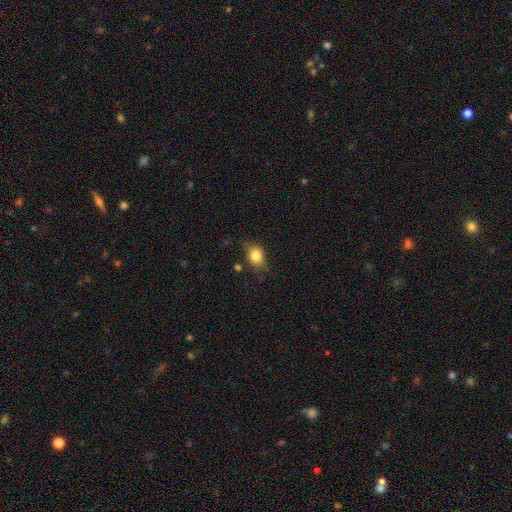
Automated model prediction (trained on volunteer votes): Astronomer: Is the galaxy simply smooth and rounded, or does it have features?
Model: smooth — 81%.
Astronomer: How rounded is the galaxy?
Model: in between — 55% (runner-up: round, 44%).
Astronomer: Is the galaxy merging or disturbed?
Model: none — 65%.